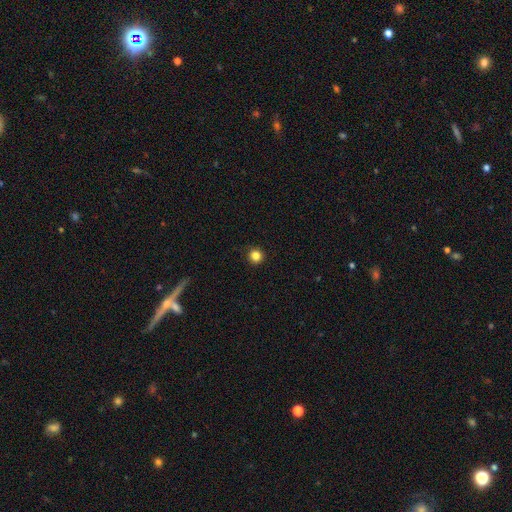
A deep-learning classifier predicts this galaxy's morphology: Smooth or featured? smooth (84%)
How rounded? round (96%)
Merging? none (92%)